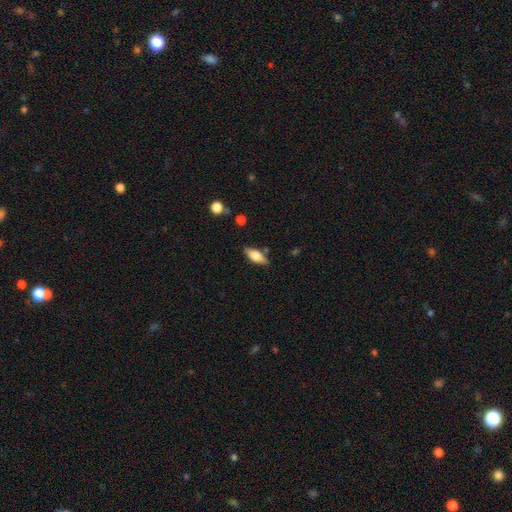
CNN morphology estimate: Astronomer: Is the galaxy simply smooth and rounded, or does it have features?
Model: smooth — 65%.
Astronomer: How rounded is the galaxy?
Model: in between — 78%.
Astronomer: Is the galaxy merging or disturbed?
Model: none — 79%.